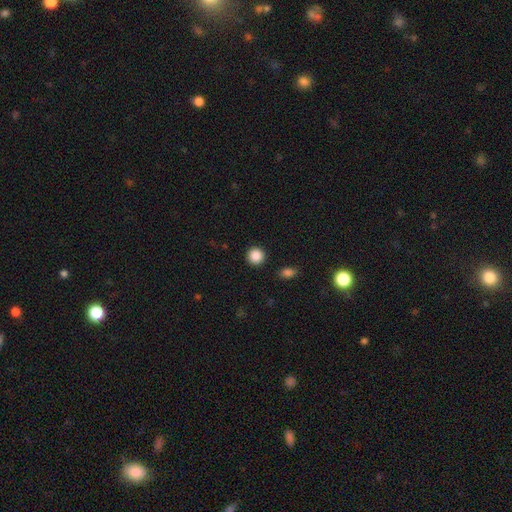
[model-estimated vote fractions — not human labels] This is clearly a smooth galaxy (87%). How rounded: clearly round (94%). Merging: clearly none (92%).